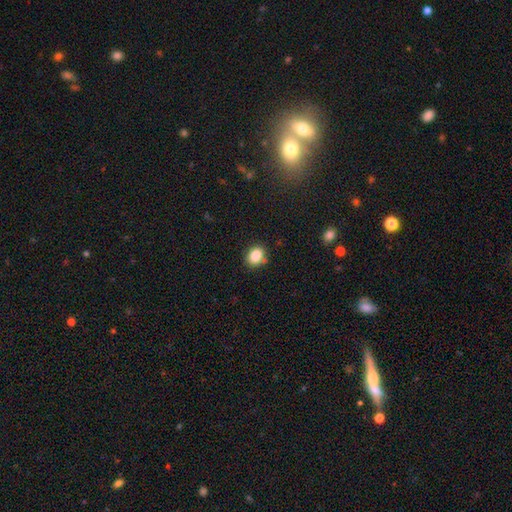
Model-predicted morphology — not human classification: Q: Smooth or featured?
A: smooth (85%); runner-up: star or artifact (10%)
Q: How rounded?
A: in between (51%); runner-up: round (48%)
Q: Merging?
A: none (78%); runner-up: minor disturbance (14%)